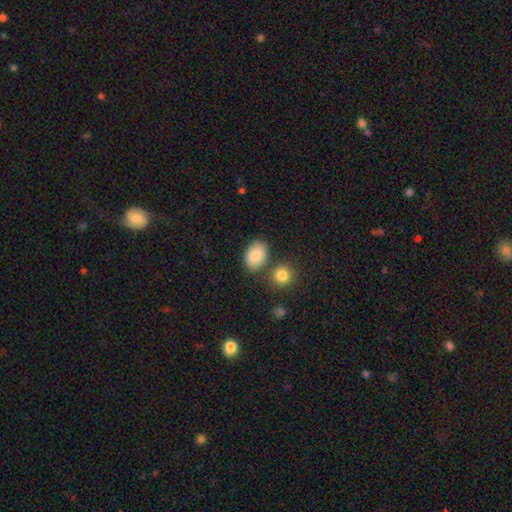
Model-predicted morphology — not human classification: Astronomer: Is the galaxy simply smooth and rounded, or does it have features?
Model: smooth — 85%.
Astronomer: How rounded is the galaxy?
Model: in between — 81%.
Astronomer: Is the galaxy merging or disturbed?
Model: none — 73%.